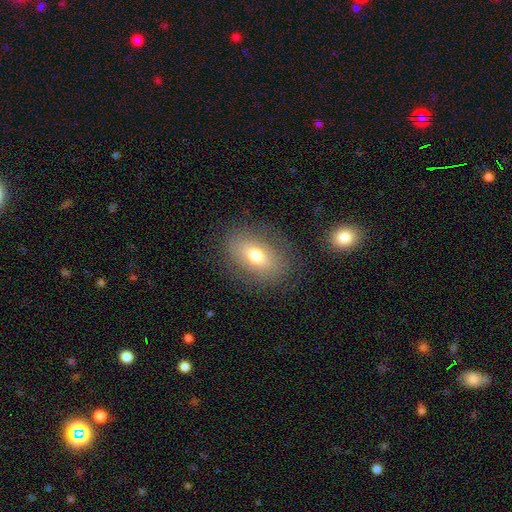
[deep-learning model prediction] Smooth or featured: smooth — 65% (featured or disk — 25%)
How rounded: in between — 82% (round — 15%)
Merging: none — 79% (minor disturbance — 13%)